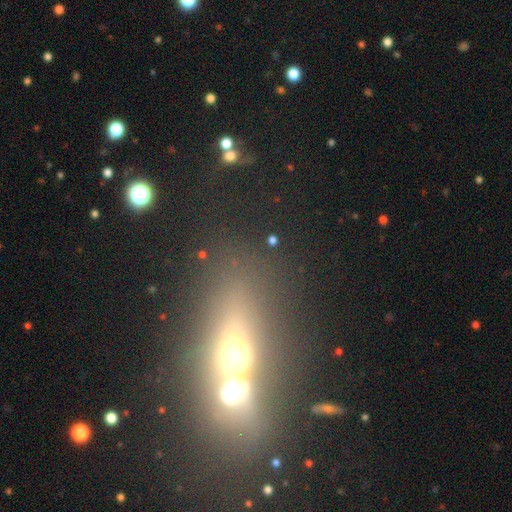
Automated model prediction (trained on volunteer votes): Smooth or featured: smooth — 39% (featured or disk — 31%)
Merging: merger — 48% (none — 36%)